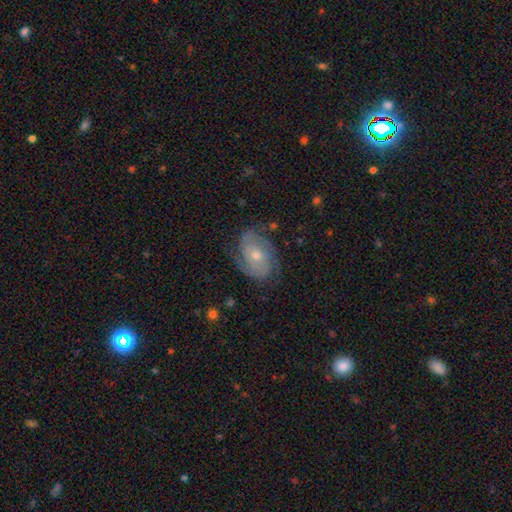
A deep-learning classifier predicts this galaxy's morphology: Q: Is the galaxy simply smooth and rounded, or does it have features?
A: featured or disk — 80%.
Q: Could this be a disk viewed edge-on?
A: no — 97%.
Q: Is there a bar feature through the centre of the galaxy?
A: no — 73%.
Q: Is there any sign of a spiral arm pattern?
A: yes — 94%.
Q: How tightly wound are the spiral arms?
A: tight — 53%.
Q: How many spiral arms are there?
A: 2 — 69%.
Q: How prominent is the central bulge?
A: small — 52%.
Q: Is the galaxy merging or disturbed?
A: none — 72%.